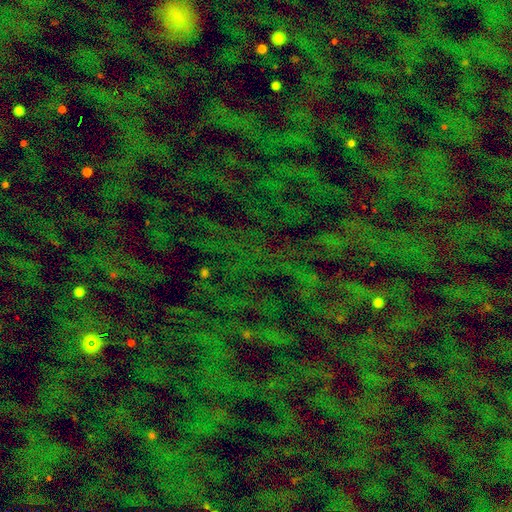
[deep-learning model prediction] Smooth or featured? star or artifact (71%)